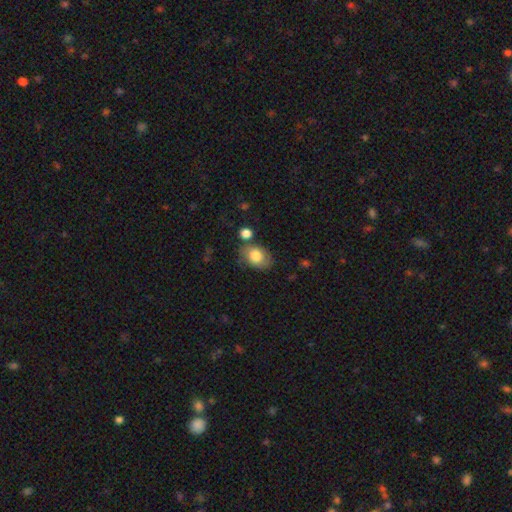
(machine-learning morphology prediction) Smooth or featured?
  - smooth: 77% *
  - featured or disk: 16%
  - star or artifact: 8%
How rounded?
  - in between: 75% *
  - round: 24%
  - cigar-shaped: 1%
Merging?
  - none: 69% *
  - minor disturbance: 18%
  - merger: 7%
  - major disturbance: 5%